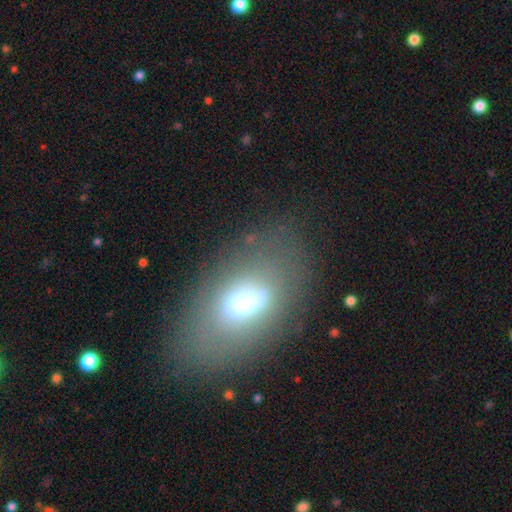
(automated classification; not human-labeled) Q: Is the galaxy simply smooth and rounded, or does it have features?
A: smooth — 54%.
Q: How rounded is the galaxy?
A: in between — 89%.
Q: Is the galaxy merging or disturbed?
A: none — 79%.